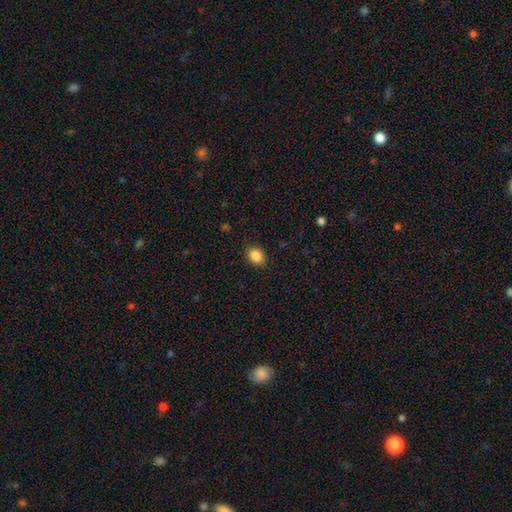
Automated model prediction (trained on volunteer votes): Smooth or featured?
  - smooth: 87% *
  - star or artifact: 9%
  - featured or disk: 4%
How rounded?
  - in between: 51% *
  - round: 48%
  - cigar-shaped: 1%
Merging?
  - none: 88% *
  - minor disturbance: 9%
  - major disturbance: 2%
  - merger: 1%